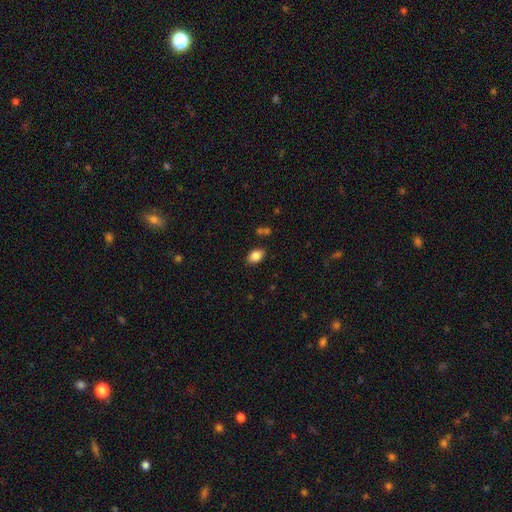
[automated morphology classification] A smooth galaxy with no disk features (85%) that is in between round and cigar-shaped (84%). Merging: none (84%).